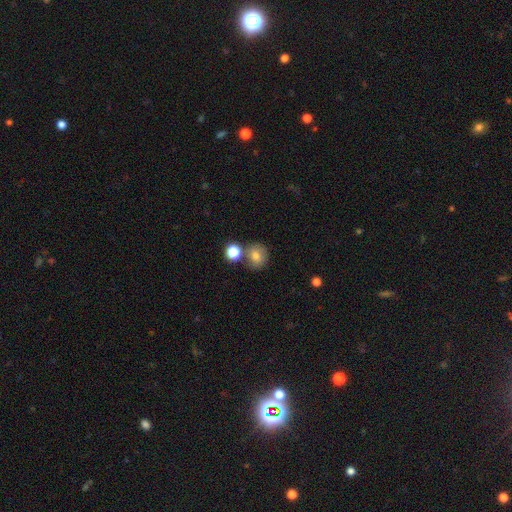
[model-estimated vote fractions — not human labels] Morphology: type=smooth (74%); roundness=round (80%); merging=none (64%).